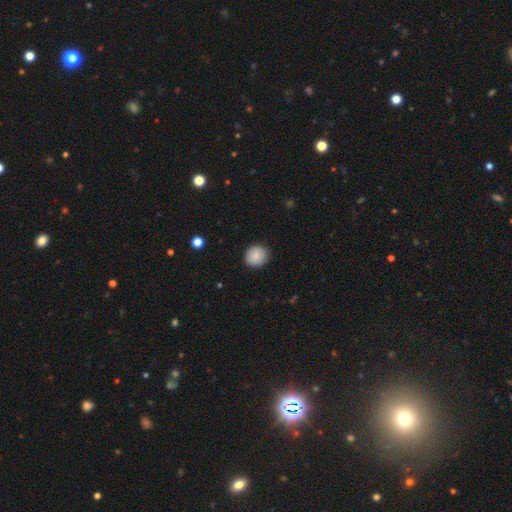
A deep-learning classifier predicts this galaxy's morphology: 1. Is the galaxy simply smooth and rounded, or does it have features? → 86% smooth, 8% star or artifact, 6% featured or disk.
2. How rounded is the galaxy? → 85% round, 14% in between, 1% cigar-shaped.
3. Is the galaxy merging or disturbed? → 89% none, 8% minor disturbance, 2% major disturbance, 1% merger.